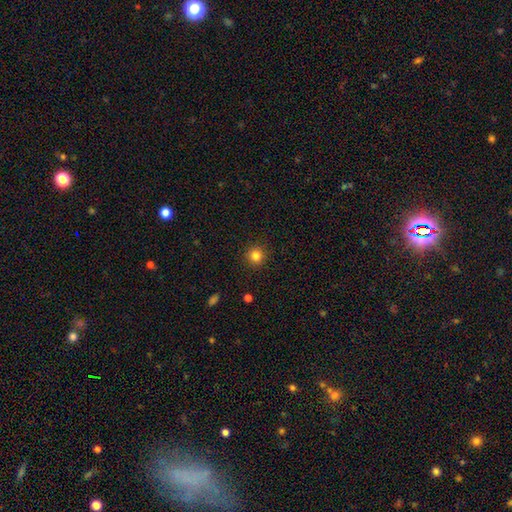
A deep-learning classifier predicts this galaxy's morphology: This appears to be a smooth galaxy with no disk features (83%) that is round (94%). Merging: none (91%).